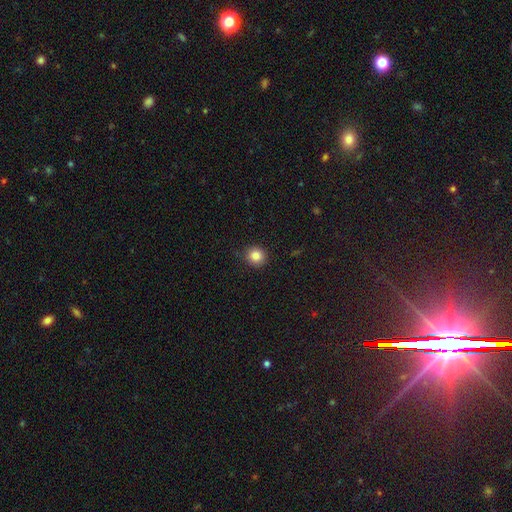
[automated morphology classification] Smooth or featured: smooth — 84% (star or artifact — 11%)
How rounded: round — 90% (in between — 9%)
Merging: none — 90% (minor disturbance — 7%)